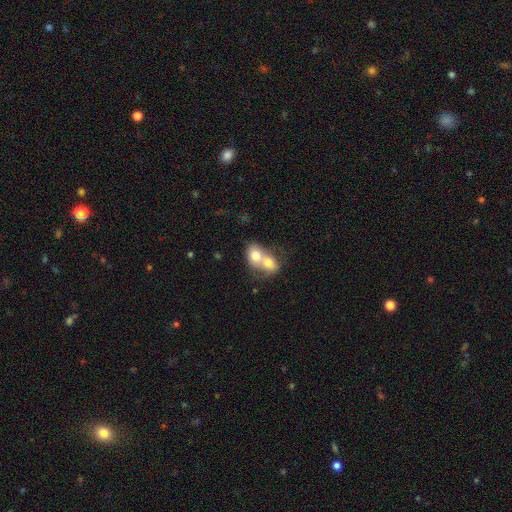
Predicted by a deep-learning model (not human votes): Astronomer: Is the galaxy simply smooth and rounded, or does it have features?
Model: smooth — 70%.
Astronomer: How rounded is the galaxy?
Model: in between — 53% (runner-up: round, 46%).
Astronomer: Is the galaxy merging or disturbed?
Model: merger — 79%.